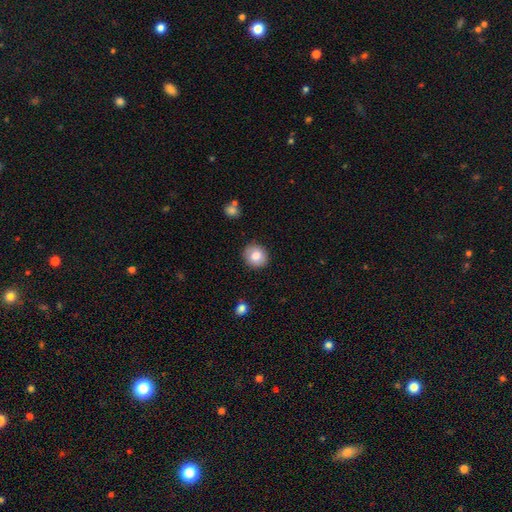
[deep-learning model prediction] Smooth or featured? Predicted: smooth (p=0.81). How rounded? Predicted: round (p=0.84). Merging? Predicted: none (p=0.89).